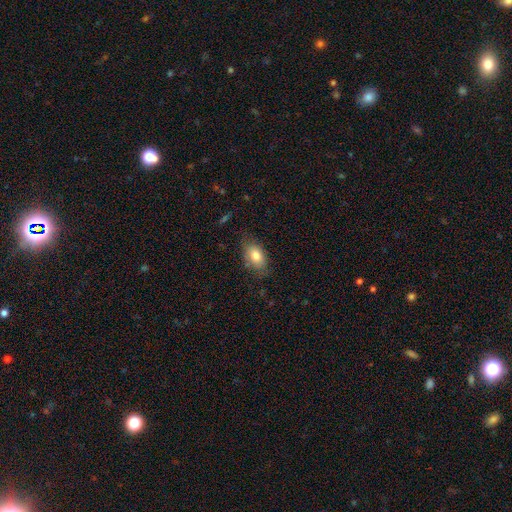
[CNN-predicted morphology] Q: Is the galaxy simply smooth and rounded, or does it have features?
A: smooth — 79%.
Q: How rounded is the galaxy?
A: in between — 89%.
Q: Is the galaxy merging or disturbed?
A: none — 75%.